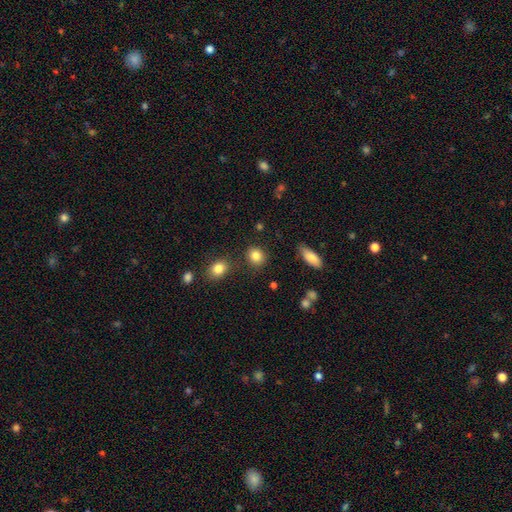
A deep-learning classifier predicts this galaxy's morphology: Smooth or featured? Predicted: smooth (p=0.85). How rounded? Predicted: round (p=0.75). Merging? Predicted: none (p=0.85).